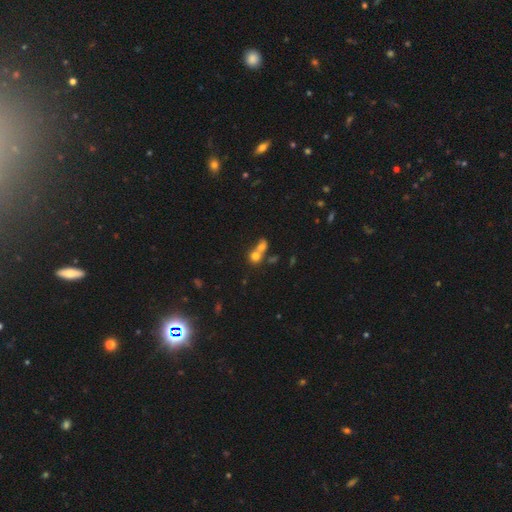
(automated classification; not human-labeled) Morphology: type=smooth (70%); roundness=round (77%); merging=merger (61%).